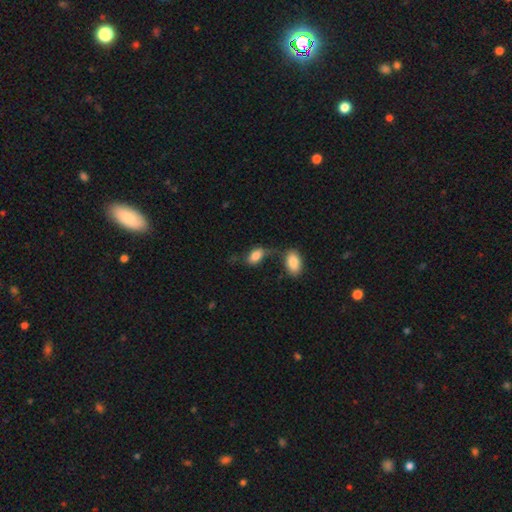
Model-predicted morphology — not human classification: Q: Smooth or featured?
A: smooth (81%); runner-up: featured or disk (11%)
Q: How rounded?
A: in between (91%); runner-up: round (6%)
Q: Merging?
A: none (38%); runner-up: merger (28%)